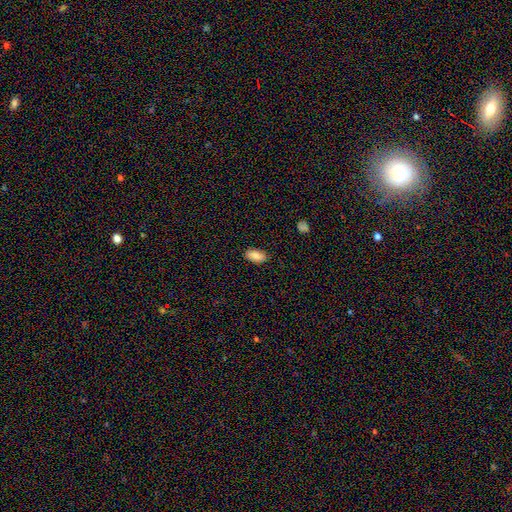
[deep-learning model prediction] This is clearly a smooth galaxy (82%). How rounded: clearly in between (91%). Merging: clearly none (86%).